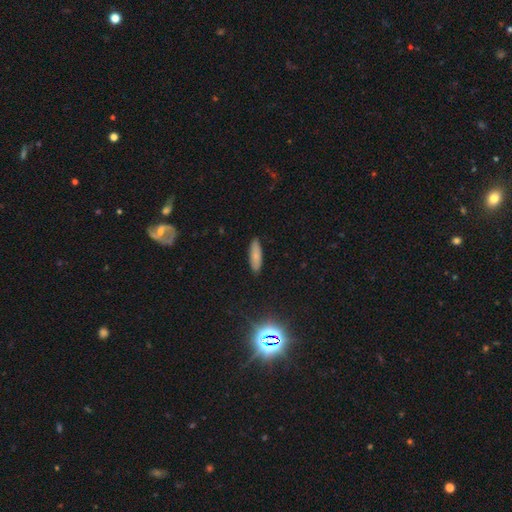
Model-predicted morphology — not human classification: Smooth or featured: smooth — 80% (featured or disk — 11%)
How rounded: cigar-shaped — 54% (in between — 44%)
Merging: none — 88% (minor disturbance — 10%)